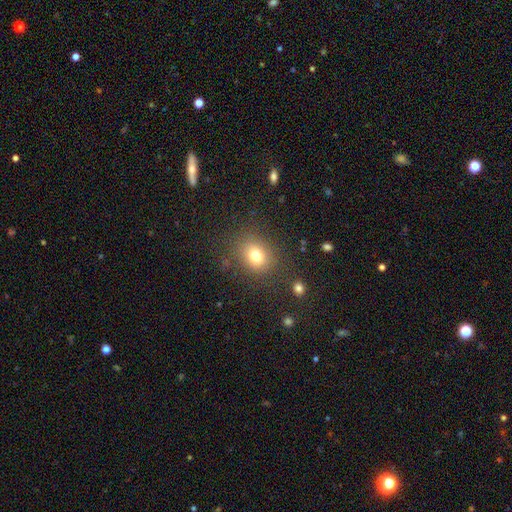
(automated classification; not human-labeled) Smooth or featured?
  - smooth: 76% *
  - star or artifact: 14%
  - featured or disk: 10%
How rounded?
  - round: 60% *
  - in between: 39%
  - cigar-shaped: 1%
Merging?
  - none: 83% *
  - minor disturbance: 10%
  - major disturbance: 5%
  - merger: 2%